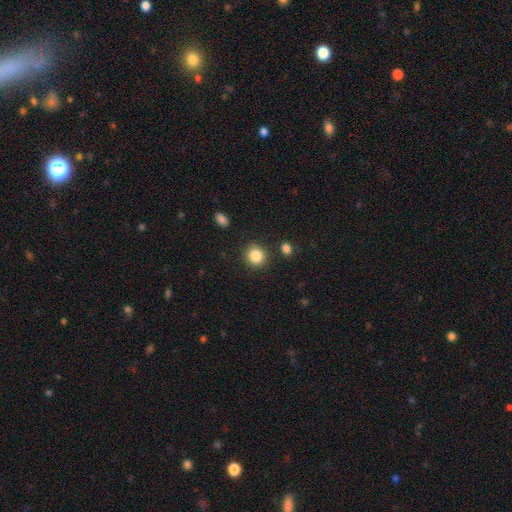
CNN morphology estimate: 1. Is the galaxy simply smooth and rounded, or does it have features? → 86% smooth, 9% star or artifact, 5% featured or disk.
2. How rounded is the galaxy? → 85% round, 14% in between, 1% cigar-shaped.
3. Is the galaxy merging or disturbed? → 87% none, 8% minor disturbance, 3% merger, 3% major disturbance.